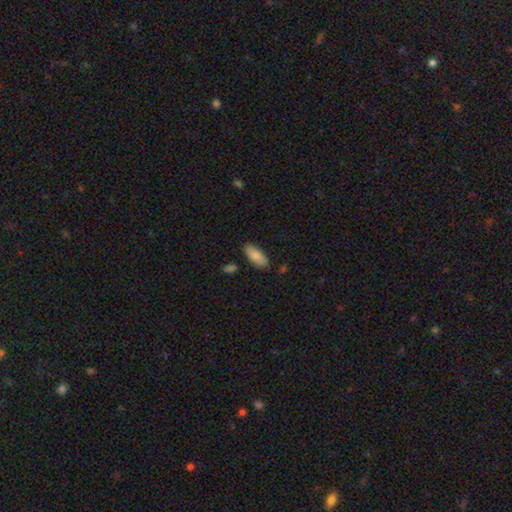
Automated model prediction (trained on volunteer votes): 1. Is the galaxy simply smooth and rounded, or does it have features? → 81% smooth, 13% featured or disk, 6% star or artifact.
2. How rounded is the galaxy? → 83% in between, 15% cigar-shaped, 2% round.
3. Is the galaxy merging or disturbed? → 83% none, 12% minor disturbance, 2% merger, 2% major disturbance.